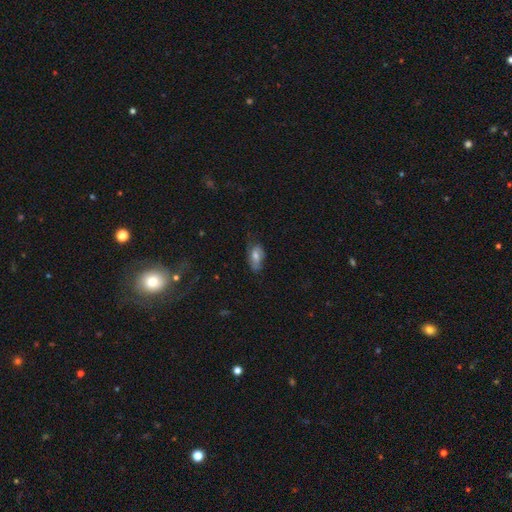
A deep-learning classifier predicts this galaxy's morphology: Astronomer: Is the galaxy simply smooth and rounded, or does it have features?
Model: smooth — 58%.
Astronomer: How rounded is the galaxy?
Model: in between — 88%.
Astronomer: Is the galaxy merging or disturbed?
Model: none — 56%.